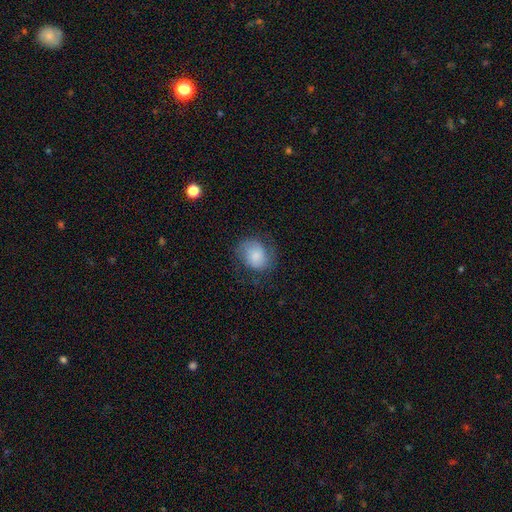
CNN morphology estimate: A smooth galaxy with no disk features (56%) that is round (57%).

Vote fractions:
- Smooth or featured? smooth: 56% / featured or disk: 36% / star or artifact: 9%
- How rounded? round: 57% / in between: 42% / cigar-shaped: 1%
- Merging? none: 63% / minor disturbance: 21% / major disturbance: 14% / merger: 1%